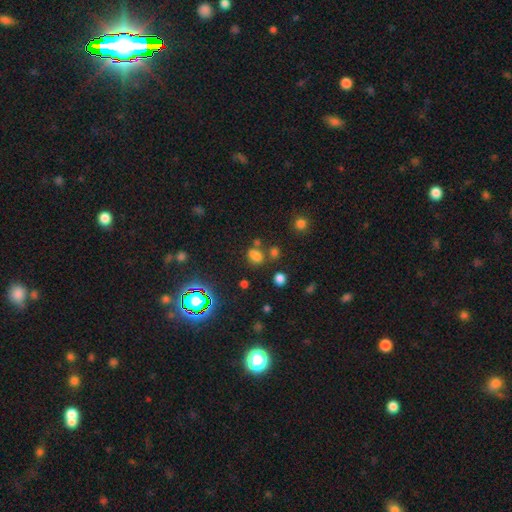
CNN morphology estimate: A smooth galaxy with no disk features (62%) that is in between round and cigar-shaped (63%).

Vote fractions:
- Smooth or featured? smooth: 62% / star or artifact: 30% / featured or disk: 8%
- How rounded? in between: 63% / round: 35% / cigar-shaped: 2%
- Merging? none: 57% / merger: 22% / minor disturbance: 14% / major disturbance: 7%